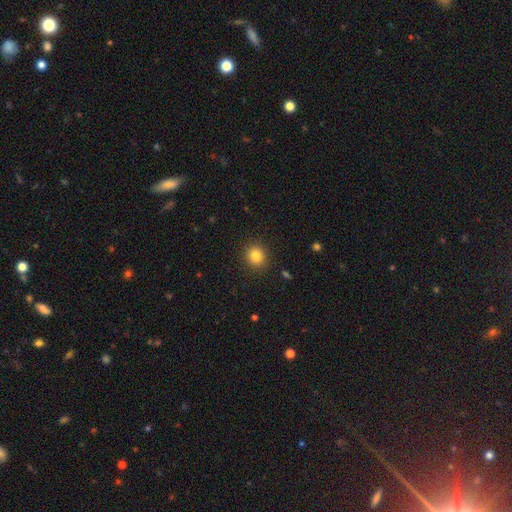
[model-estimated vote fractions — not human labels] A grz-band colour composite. It shows a smooth galaxy with no disk features (83%) that is round (85%). Merging: none (91%).